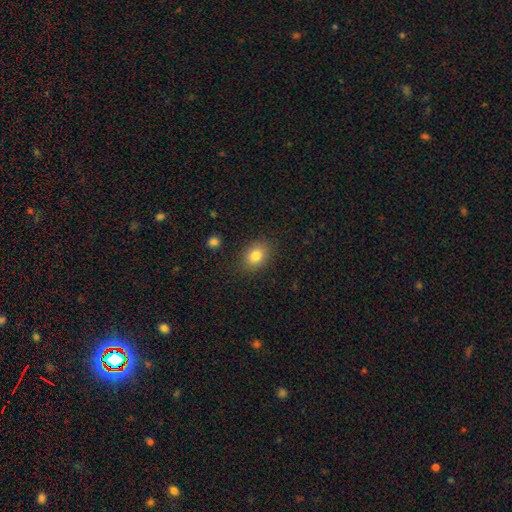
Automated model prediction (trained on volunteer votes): smooth-or-featured: smooth: 82% | star or artifact: 10% | featured or disk: 8%
  how-rounded: in between: 56% | round: 43% | cigar-shaped: 1%
  merging: none: 86% | minor disturbance: 10% | major disturbance: 3% | merger: 2%